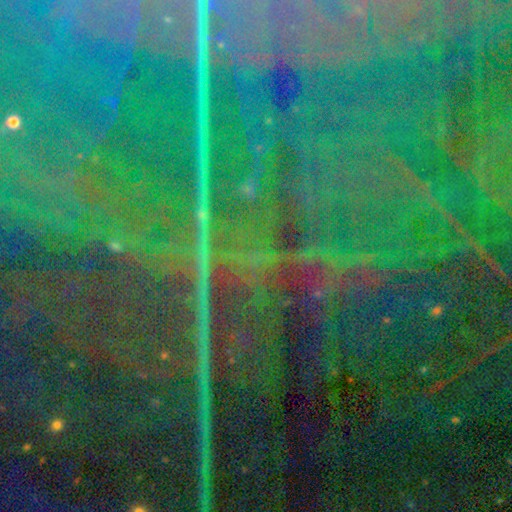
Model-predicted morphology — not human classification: Overall: star or artifact (88%).